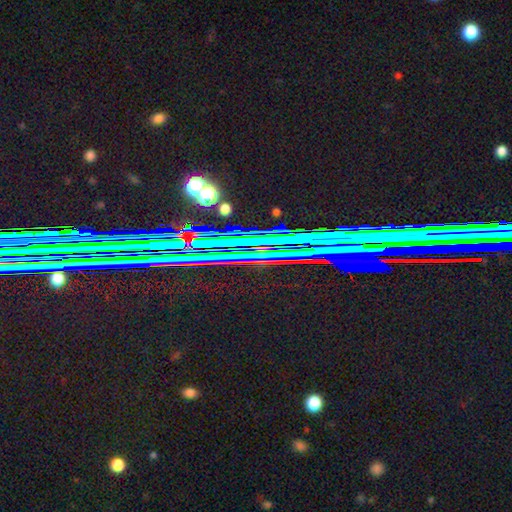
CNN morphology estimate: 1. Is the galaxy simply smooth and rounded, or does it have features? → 83% star or artifact, 10% featured or disk, 8% smooth.